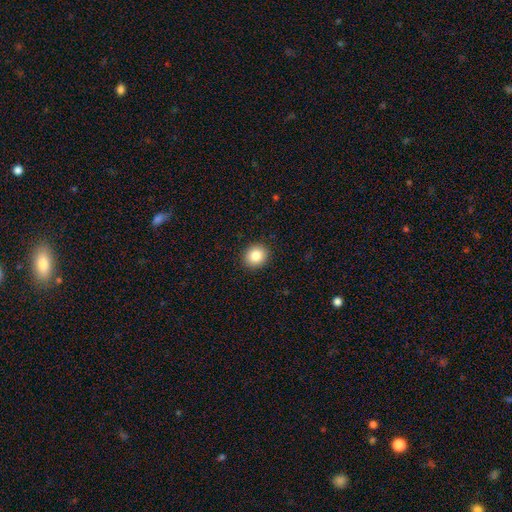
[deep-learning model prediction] Q: Smooth or featured?
A: smooth (84%); runner-up: star or artifact (9%)
Q: How rounded?
A: round (76%); runner-up: in between (23%)
Q: Merging?
A: none (92%); runner-up: minor disturbance (6%)